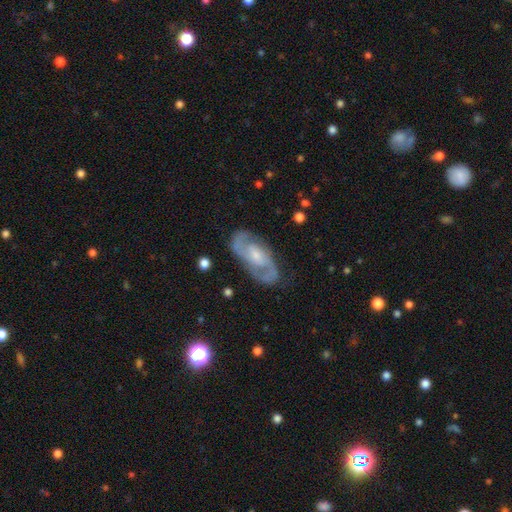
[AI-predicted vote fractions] This is clearly a featured or disk galaxy (86%). It is clearly not viewed edge-on (95%). Bar: possibly no (48%). Spiral arm pattern: clearly yes (95%). Spiral arm count: clearly 2 (89%). Spiral winding: possibly medium (53%). Central bulge: possibly small (47%). Merging: clearly none (80%).